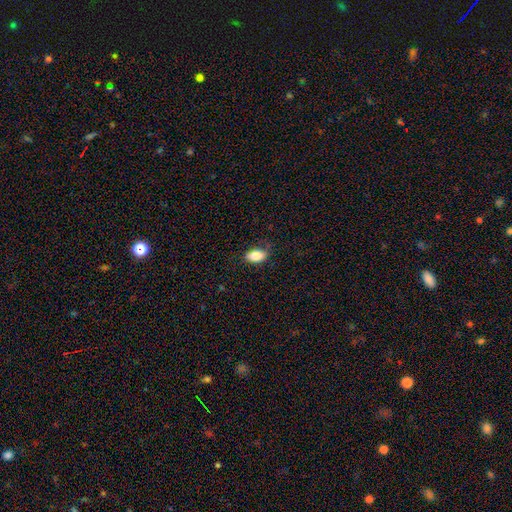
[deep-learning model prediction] Smooth or featured? smooth (84%)
How rounded? in between (89%)
Merging? none (73%)